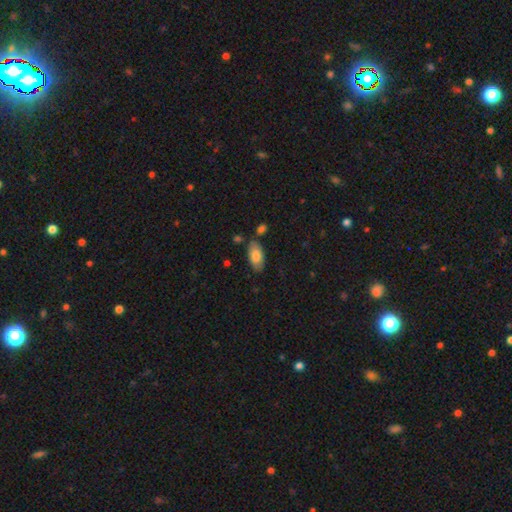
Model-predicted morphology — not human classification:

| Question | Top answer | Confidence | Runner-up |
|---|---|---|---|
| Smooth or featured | smooth | 80% | featured or disk (14%) |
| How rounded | in between | 92% | cigar-shaped (6%) |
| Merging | none | 77% | minor disturbance (14%) |